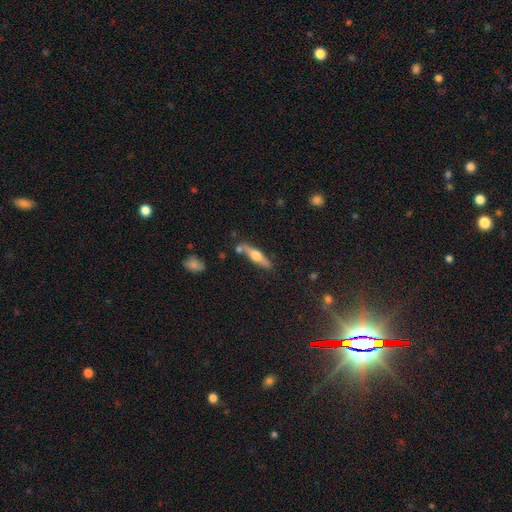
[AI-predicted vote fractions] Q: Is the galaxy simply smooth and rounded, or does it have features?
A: featured or disk — 55%.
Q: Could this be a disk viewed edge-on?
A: yes — 92%.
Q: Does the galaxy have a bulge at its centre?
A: rounded — 93%.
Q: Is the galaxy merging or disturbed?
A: none — 75%.